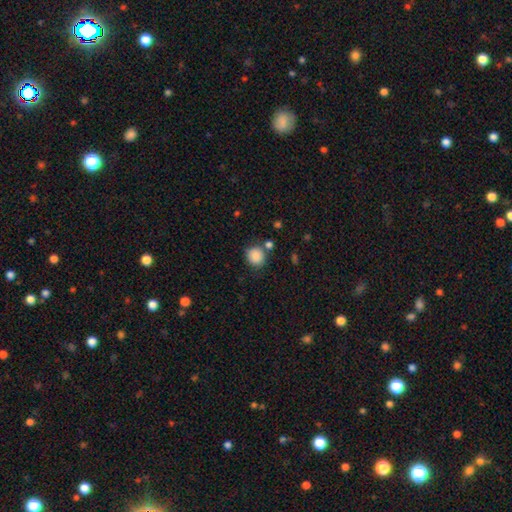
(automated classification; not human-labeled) Q: Smooth or featured?
A: smooth (86%); runner-up: star or artifact (9%)
Q: How rounded?
A: round (84%); runner-up: in between (15%)
Q: Merging?
A: none (74%); runner-up: minor disturbance (12%)